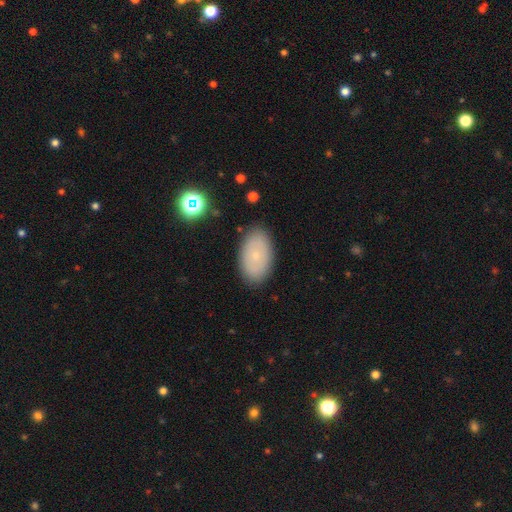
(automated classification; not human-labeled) smooth_or_featured: smooth (p=0.67) [alt: featured or disk p=0.23]
how_rounded: in between (p=0.93) [alt: round p=0.06]
merging: none (p=0.85) [alt: minor disturbance p=0.11]